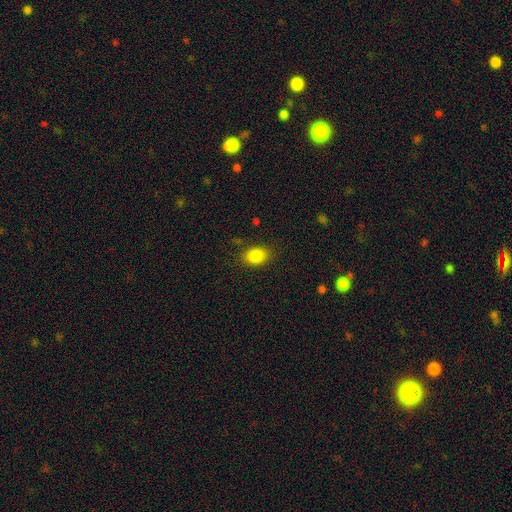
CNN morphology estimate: type=smooth (86%); roundness=in between (71%); merging=none (83%).